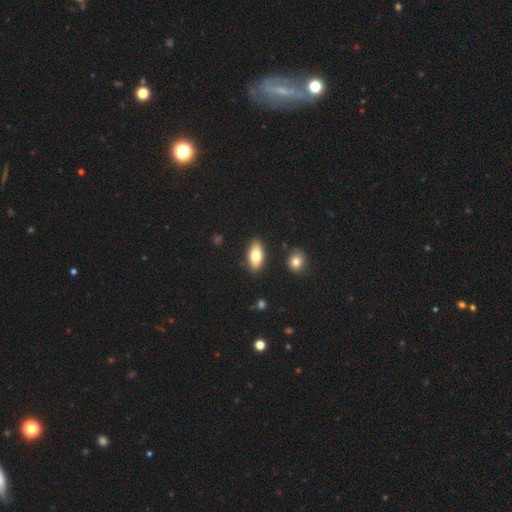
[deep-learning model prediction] This appears to be a smooth galaxy with no disk features (73%) that is in between round and cigar-shaped (88%). Merging: none (87%).